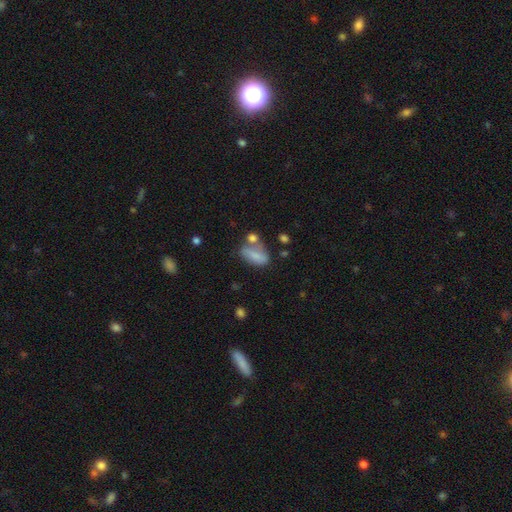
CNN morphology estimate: Q: Smooth or featured?
A: smooth (76%); runner-up: featured or disk (16%)
Q: How rounded?
A: in between (85%); runner-up: cigar-shaped (8%)
Q: Merging?
A: none (41%); runner-up: merger (24%)